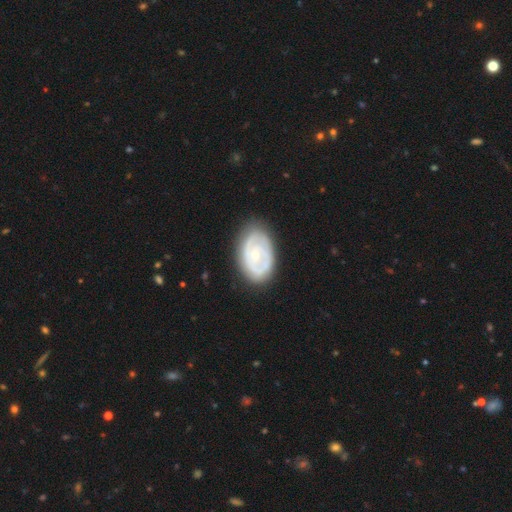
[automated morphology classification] Q: Smooth or featured?
A: featured or disk (70%); runner-up: smooth (25%)
Q: Edge-on disk?
A: no (96%); runner-up: yes (4%)
Q: Bar?
A: no (77%); runner-up: weak (18%)
Q: Spiral arms?
A: yes (63%); runner-up: no (37%)
Q: Bulge size?
A: small (64%); runner-up: moderate (32%)
Q: Merging?
A: none (74%); runner-up: minor disturbance (19%)